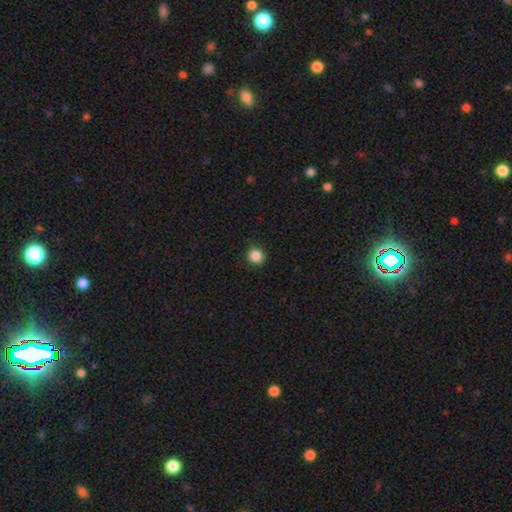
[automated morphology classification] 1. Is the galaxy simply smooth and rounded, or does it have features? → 86% smooth, 11% star or artifact, 3% featured or disk.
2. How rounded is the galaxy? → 87% round, 12% in between, 1% cigar-shaped.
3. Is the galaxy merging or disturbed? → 89% none, 8% minor disturbance, 2% major disturbance, 1% merger.